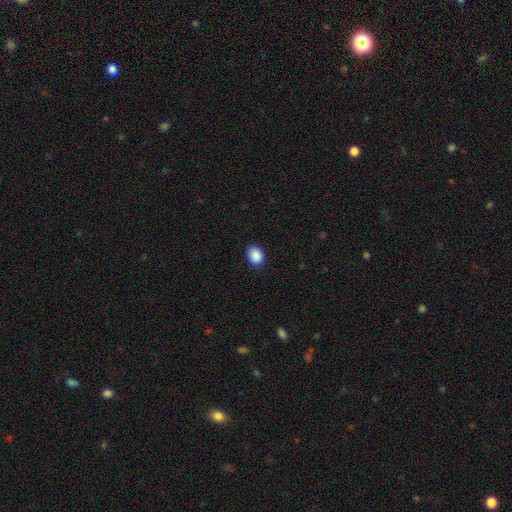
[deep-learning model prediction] smooth-or-featured: smooth: 90% | star or artifact: 8% | featured or disk: 3%
  how-rounded: in between: 70% | round: 29% | cigar-shaped: 1%
  merging: none: 87% | minor disturbance: 10% | major disturbance: 2% | merger: 1%